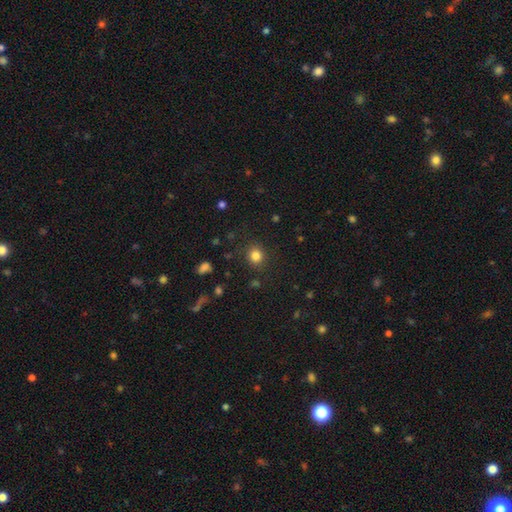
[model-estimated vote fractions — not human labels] Smooth or featured: smooth — 83% (star or artifact — 13%)
How rounded: round — 85% (in between — 14%)
Merging: none — 87% (minor disturbance — 8%)